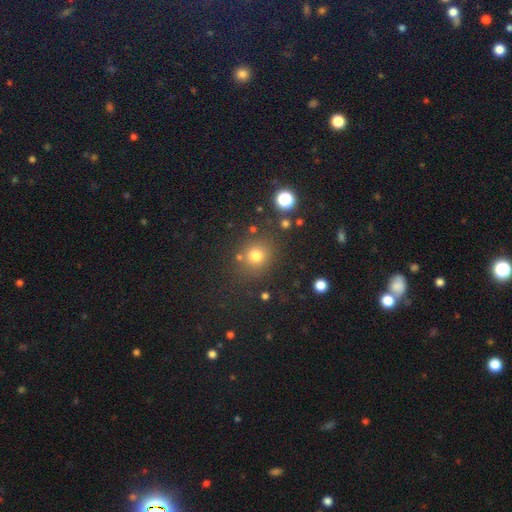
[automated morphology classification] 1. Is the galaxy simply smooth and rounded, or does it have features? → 75% smooth, 18% star or artifact, 7% featured or disk.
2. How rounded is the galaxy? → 87% round, 12% in between, 1% cigar-shaped.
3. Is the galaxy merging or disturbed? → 80% none, 10% minor disturbance, 6% merger, 4% major disturbance.